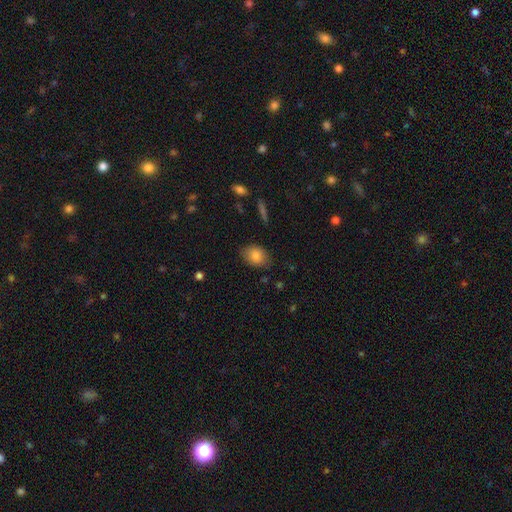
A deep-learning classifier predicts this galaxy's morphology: smooth 82%, featured or disk 10%, star or artifact 8%. Down the decision tree: how rounded — in between (66%); merging — none (79%).